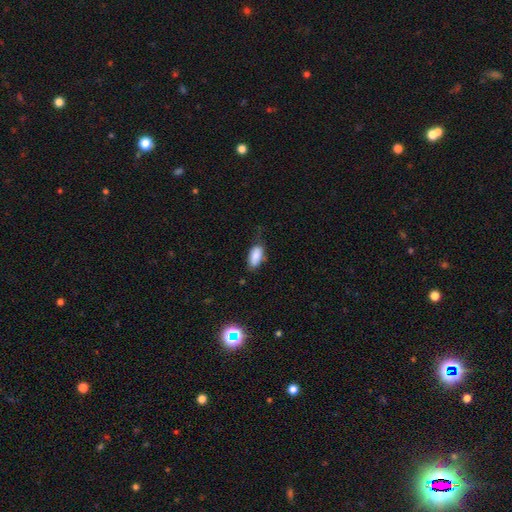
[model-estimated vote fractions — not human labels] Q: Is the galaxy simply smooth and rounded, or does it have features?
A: smooth — 85%.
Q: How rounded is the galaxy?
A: in between — 90%.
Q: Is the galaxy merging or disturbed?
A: none — 52%.